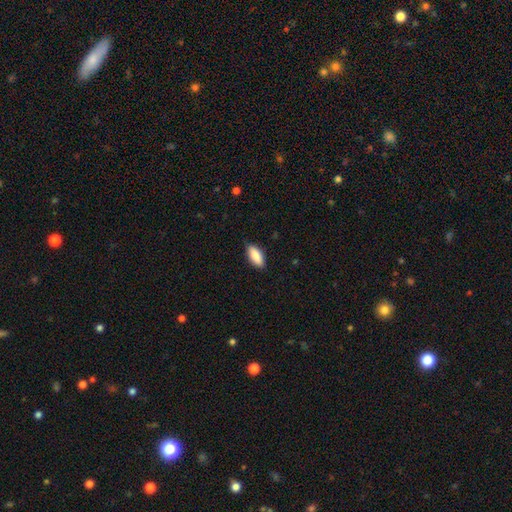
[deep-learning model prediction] Morphology: type=smooth (88%); roundness=in between (84%); merging=none (85%).